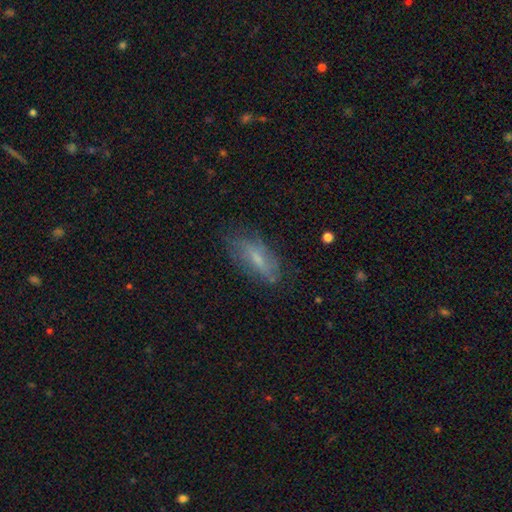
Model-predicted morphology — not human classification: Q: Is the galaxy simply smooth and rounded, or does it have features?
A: smooth — 47%.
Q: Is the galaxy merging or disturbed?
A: none — 75%.